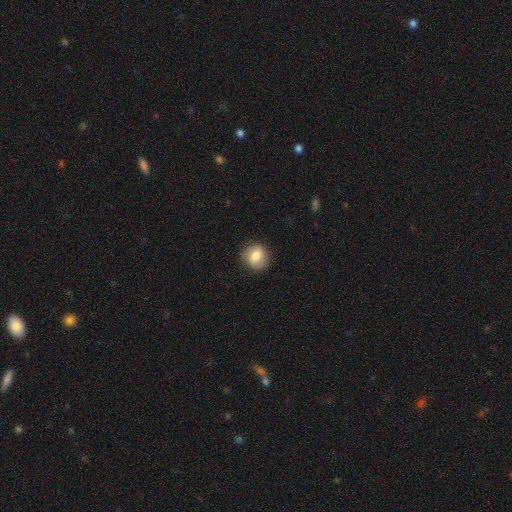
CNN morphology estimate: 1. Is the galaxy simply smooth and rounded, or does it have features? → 74% smooth, 18% featured or disk, 8% star or artifact.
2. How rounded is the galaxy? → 82% round, 17% in between, 1% cigar-shaped.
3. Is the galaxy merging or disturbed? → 84% none, 12% minor disturbance, 3% major disturbance, 1% merger.